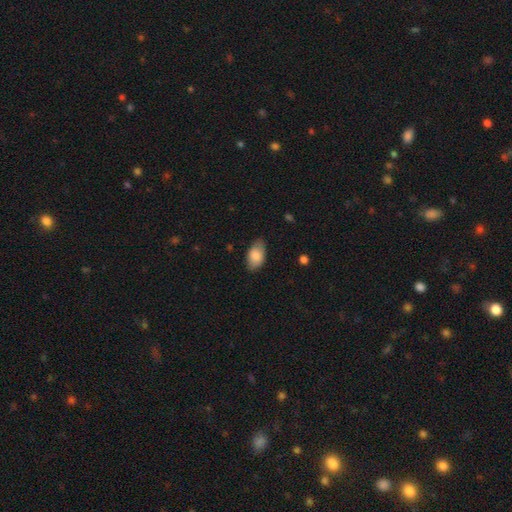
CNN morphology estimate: Smooth or featured: smooth — 85% (featured or disk — 9%)
How rounded: in between — 93% (round — 5%)
Merging: none — 77% (minor disturbance — 19%)